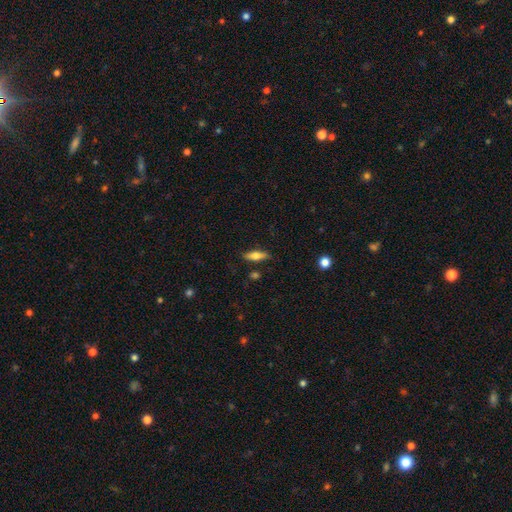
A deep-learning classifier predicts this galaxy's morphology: Q: Smooth or featured?
A: smooth (67%); runner-up: featured or disk (26%)
Q: How rounded?
A: in between (53%); runner-up: cigar-shaped (45%)
Q: Merging?
A: none (81%); runner-up: minor disturbance (13%)